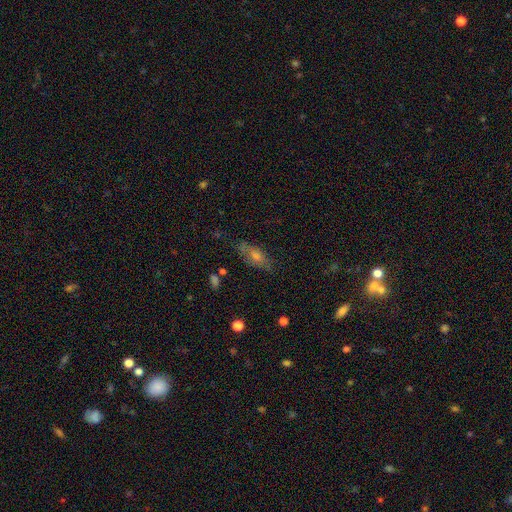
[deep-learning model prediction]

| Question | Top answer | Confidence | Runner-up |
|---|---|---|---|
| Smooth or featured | featured or disk | 42% | smooth (40%) |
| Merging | none | 73% | minor disturbance (18%) |